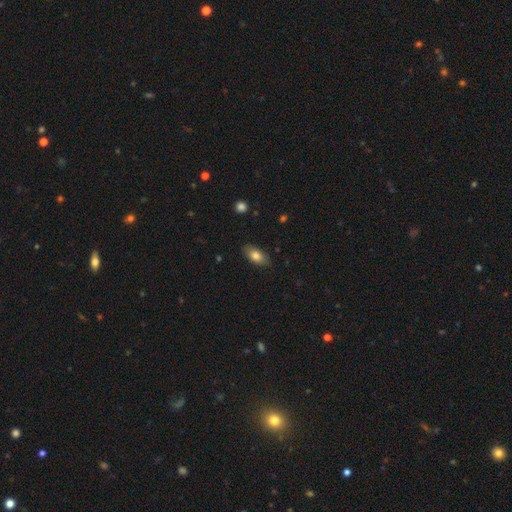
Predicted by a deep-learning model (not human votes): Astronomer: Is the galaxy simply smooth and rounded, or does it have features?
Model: smooth — 81%.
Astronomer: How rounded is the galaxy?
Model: in between — 90%.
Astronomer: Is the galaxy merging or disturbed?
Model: none — 84%.